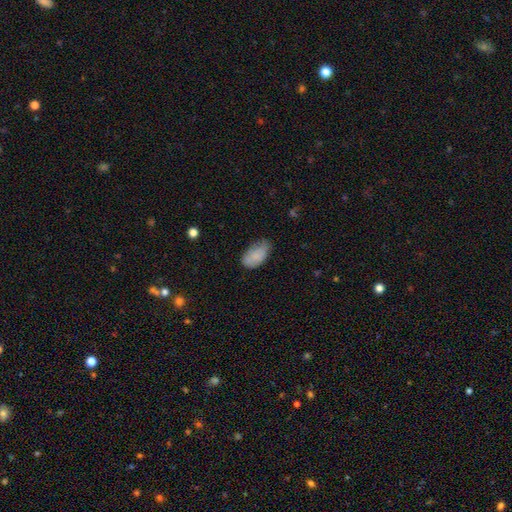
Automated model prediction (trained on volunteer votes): smooth_or_featured: smooth (p=0.84) [alt: featured or disk p=0.09]
how_rounded: in between (p=0.94) [alt: round p=0.04]
merging: none (p=0.56) [alt: minor disturbance p=0.35]